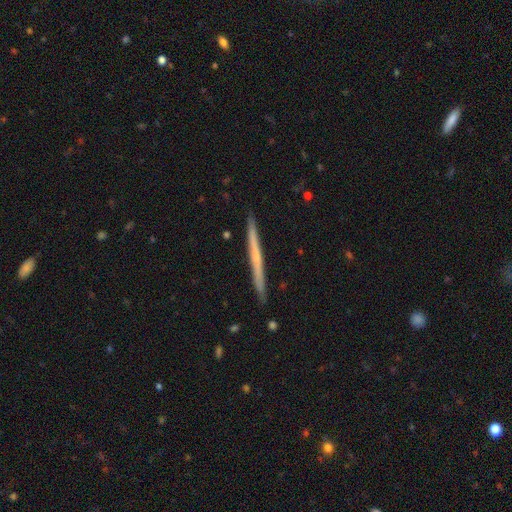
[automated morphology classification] Q: Smooth or featured?
A: featured or disk (60%); runner-up: smooth (35%)
Q: Edge-on disk?
A: yes (98%); runner-up: no (2%)
Q: Edge-on bulge?
A: none (71%); runner-up: rounded (25%)
Q: Merging?
A: none (92%); runner-up: minor disturbance (6%)